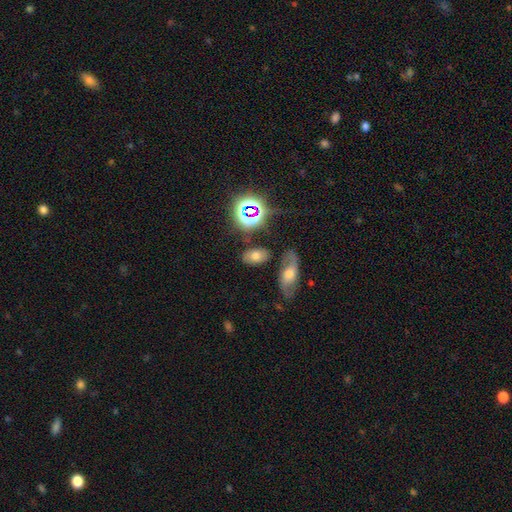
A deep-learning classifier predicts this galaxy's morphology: smooth-or-featured: smooth: 59% | star or artifact: 23% | featured or disk: 18%
  how-rounded: in between: 86% | round: 12% | cigar-shaped: 2%
  merging: none: 73% | minor disturbance: 14% | merger: 7% | major disturbance: 6%